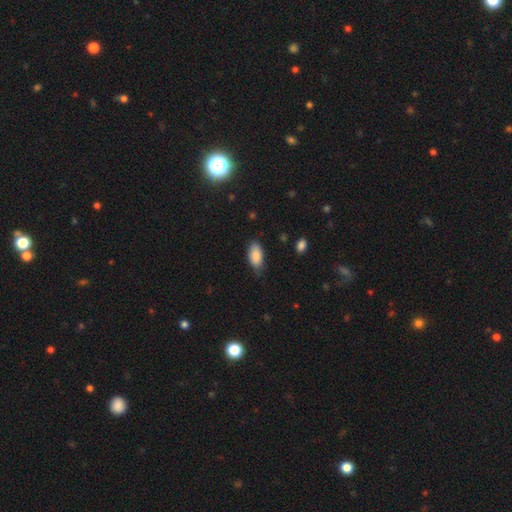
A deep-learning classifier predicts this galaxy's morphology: Q: Smooth or featured?
A: smooth (87%); runner-up: star or artifact (7%)
Q: How rounded?
A: in between (91%); runner-up: cigar-shaped (7%)
Q: Merging?
A: none (70%); runner-up: minor disturbance (25%)